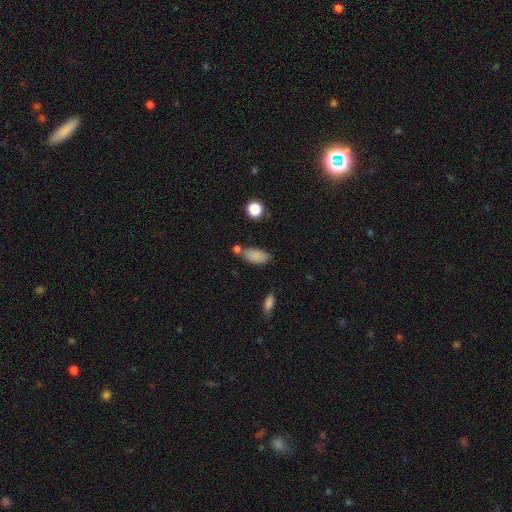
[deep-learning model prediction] This is clearly a smooth galaxy (85%). How rounded: clearly in between (90%). Merging: likely none (61%).